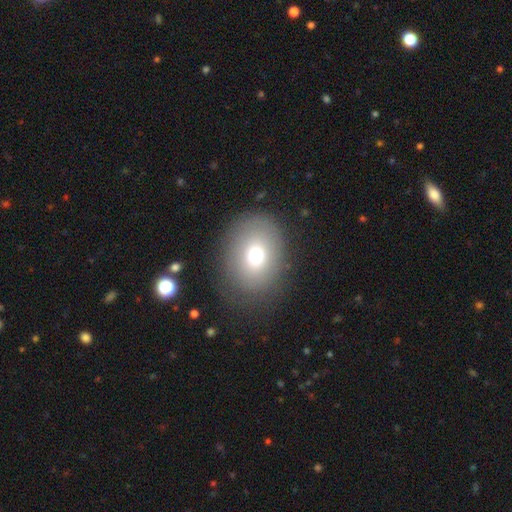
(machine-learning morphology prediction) A smooth galaxy with no disk features (71%) that is round (50%).

Vote fractions:
- Smooth or featured? smooth: 71% / featured or disk: 16% / star or artifact: 13%
- How rounded? round: 50% / in between: 49% / cigar-shaped: 1%
- Merging? none: 79% / minor disturbance: 12% / major disturbance: 7% / merger: 1%